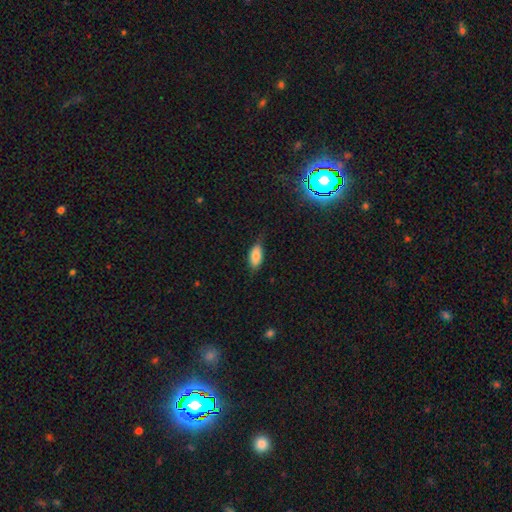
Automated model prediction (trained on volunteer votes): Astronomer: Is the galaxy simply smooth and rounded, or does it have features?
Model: smooth — 81%.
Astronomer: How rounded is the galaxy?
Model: in between — 89%.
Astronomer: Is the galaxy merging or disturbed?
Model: none — 68%.